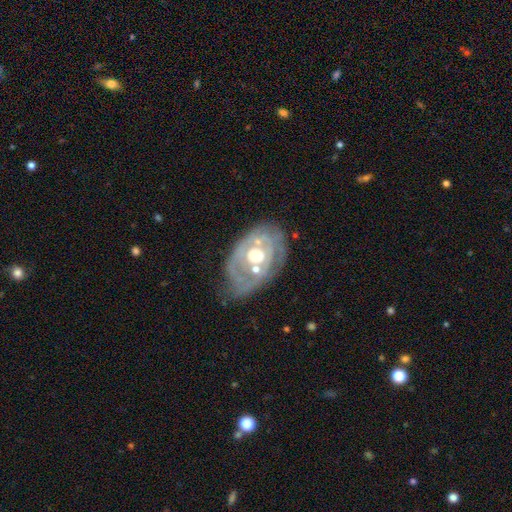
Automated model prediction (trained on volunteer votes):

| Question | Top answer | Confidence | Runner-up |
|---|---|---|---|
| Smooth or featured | featured or disk | 77% | smooth (17%) |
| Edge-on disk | no | 95% | yes (5%) |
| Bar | no | 81% | weak (15%) |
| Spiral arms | yes | 59% | no (41%) |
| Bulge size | moderate | 68% | small (16%) |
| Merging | none | 48% | minor disturbance (26%) |